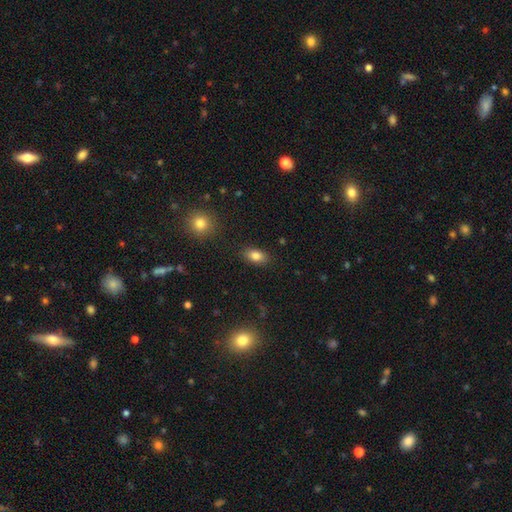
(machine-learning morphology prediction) Q: Smooth or featured?
A: smooth (83%); runner-up: star or artifact (9%)
Q: How rounded?
A: in between (88%); runner-up: round (8%)
Q: Merging?
A: none (87%); runner-up: minor disturbance (9%)